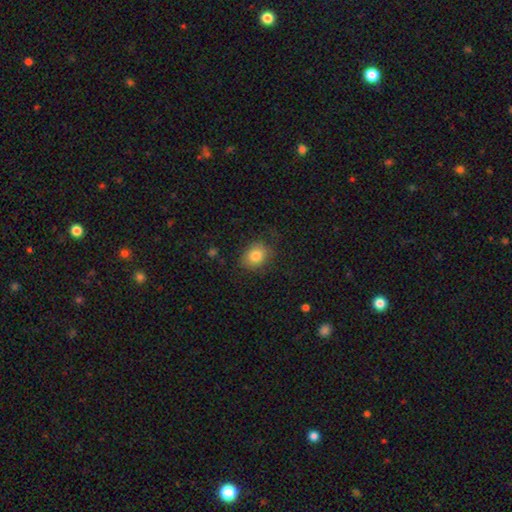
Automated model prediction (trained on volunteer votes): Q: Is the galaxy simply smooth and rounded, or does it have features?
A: smooth — 82%.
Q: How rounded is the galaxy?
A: in between — 50%.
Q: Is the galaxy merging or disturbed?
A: none — 76%.